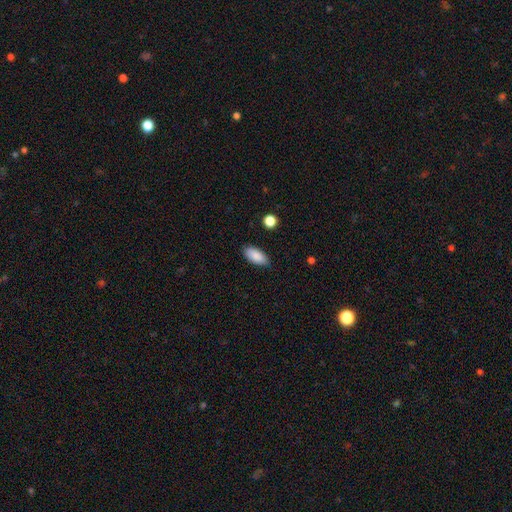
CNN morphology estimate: type=smooth (88%); roundness=in between (90%); merging=none (86%).